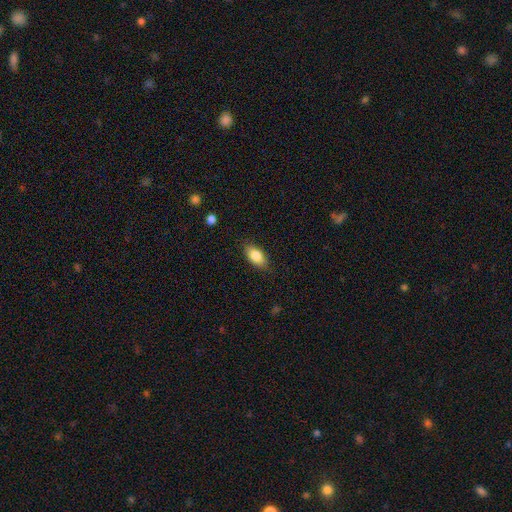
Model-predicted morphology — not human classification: Smooth or featured: smooth — 84% (featured or disk — 9%)
How rounded: in between — 90% (cigar-shaped — 6%)
Merging: none — 85% (minor disturbance — 12%)